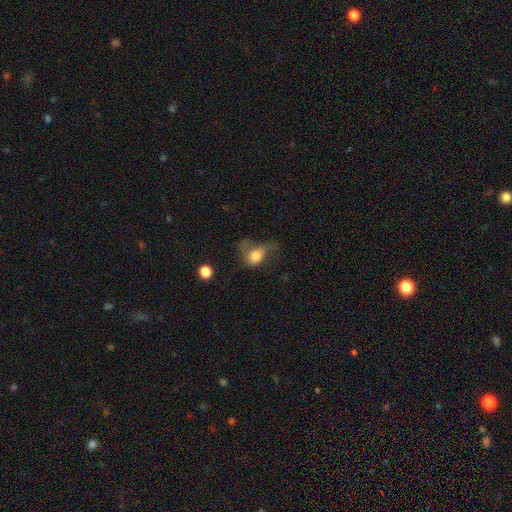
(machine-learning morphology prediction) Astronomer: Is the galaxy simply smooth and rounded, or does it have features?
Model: smooth — 62%.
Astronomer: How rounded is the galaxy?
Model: in between — 59% (runner-up: round, 39%).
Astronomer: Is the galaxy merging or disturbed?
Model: major disturbance — 52%.